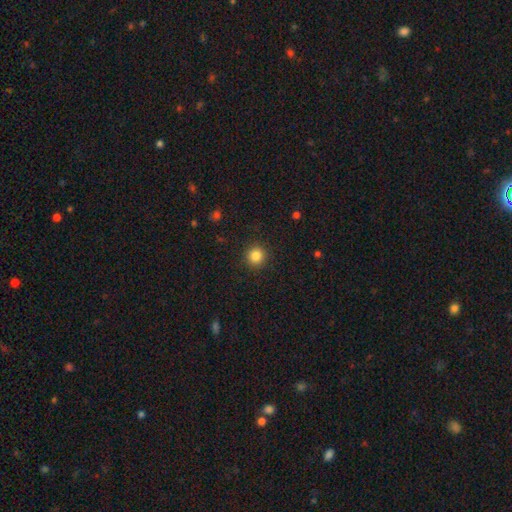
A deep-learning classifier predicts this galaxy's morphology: Smooth or featured?
  - smooth: 84% *
  - star or artifact: 11%
  - featured or disk: 5%
How rounded?
  - round: 94% *
  - in between: 5%
  - cigar-shaped: 1%
Merging?
  - none: 92% *
  - minor disturbance: 5%
  - major disturbance: 2%
  - merger: 1%